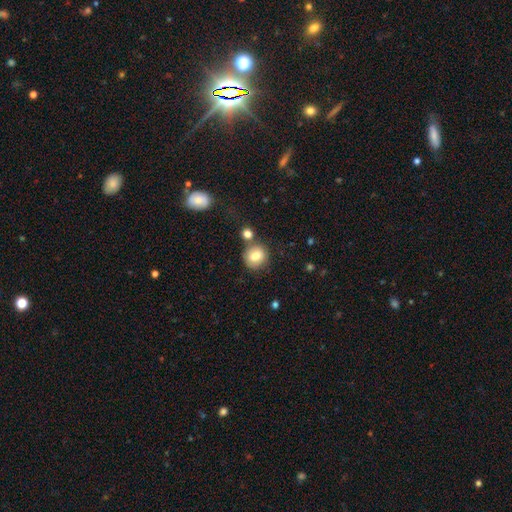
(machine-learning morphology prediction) This appears to be a smooth galaxy with no disk features (78%) that is round (84%). Merging: none (70%).